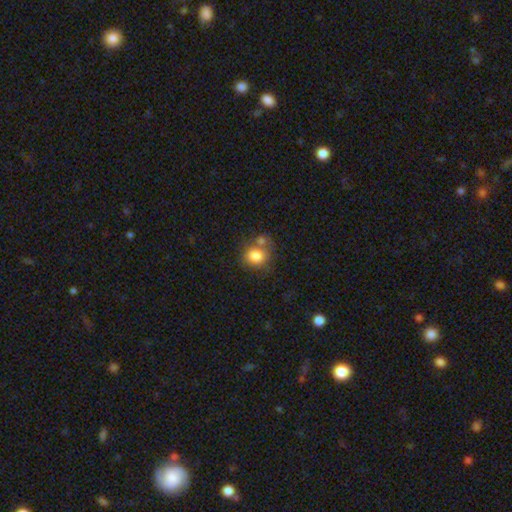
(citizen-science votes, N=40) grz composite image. It shows a smooth galaxy with no disk features (88%) that is round (83%). Merging: none (54%).